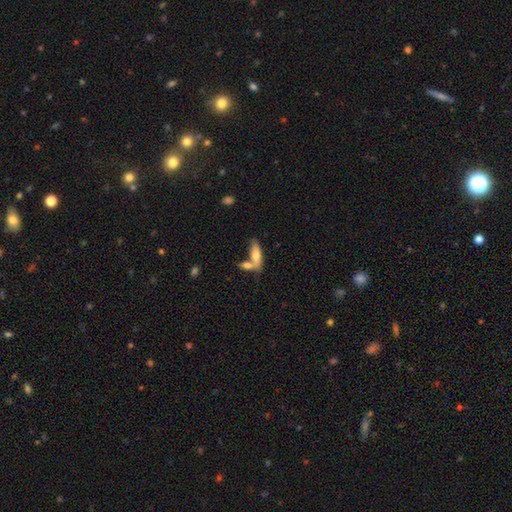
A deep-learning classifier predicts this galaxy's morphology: Overall: smooth (70%). How rounded: in between (58%; cigar-shaped 40%). Merging: none (43%; merger 42%).